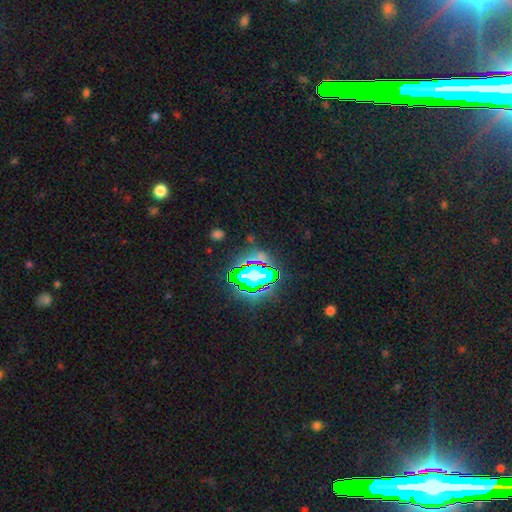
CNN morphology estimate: Smooth or featured? star or artifact (72%)